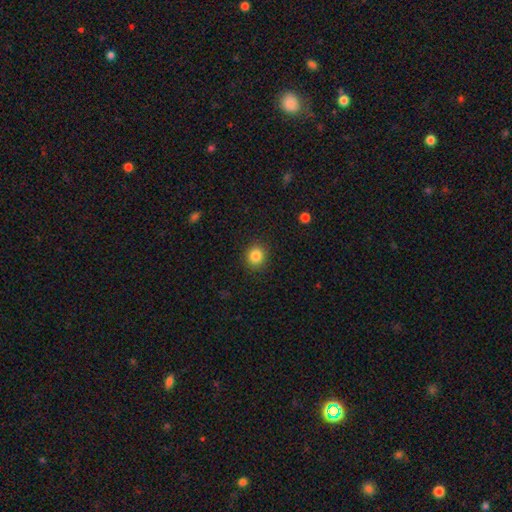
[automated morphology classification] A smooth galaxy with no disk features (84%) that is round (85%).

Vote fractions:
- Smooth or featured? smooth: 84% / star or artifact: 11% / featured or disk: 5%
- How rounded? round: 85% / in between: 14% / cigar-shaped: 1%
- Merging? none: 90% / minor disturbance: 7% / major disturbance: 2% / merger: 1%